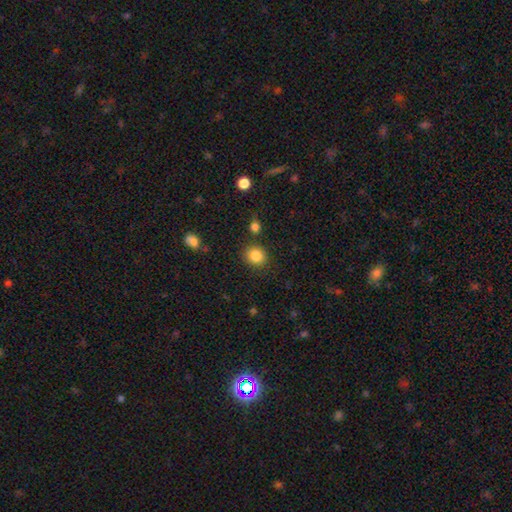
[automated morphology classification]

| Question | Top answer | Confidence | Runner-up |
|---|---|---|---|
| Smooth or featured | smooth | 85% | star or artifact (10%) |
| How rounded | round | 79% | in between (20%) |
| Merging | none | 84% | minor disturbance (9%) |